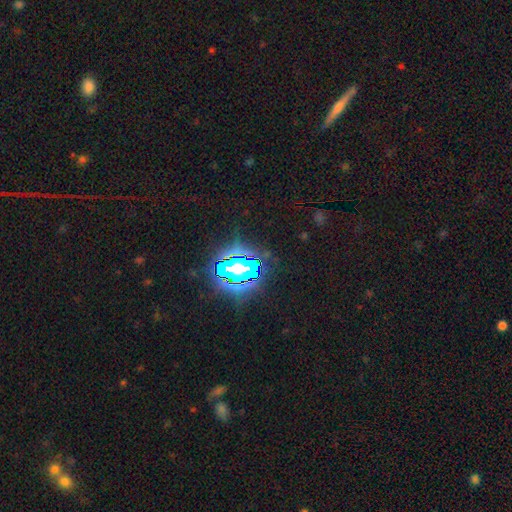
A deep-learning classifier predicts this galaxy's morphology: This appears to be a star or artifact, not a galaxy (81%).